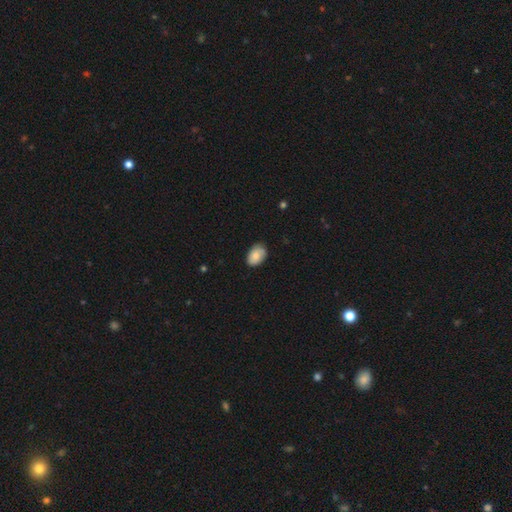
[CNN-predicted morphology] Smooth or featured?
  - smooth: 78% *
  - featured or disk: 15%
  - star or artifact: 7%
How rounded?
  - in between: 85% *
  - round: 13%
  - cigar-shaped: 1%
Merging?
  - none: 75% *
  - minor disturbance: 21%
  - major disturbance: 3%
  - merger: 1%